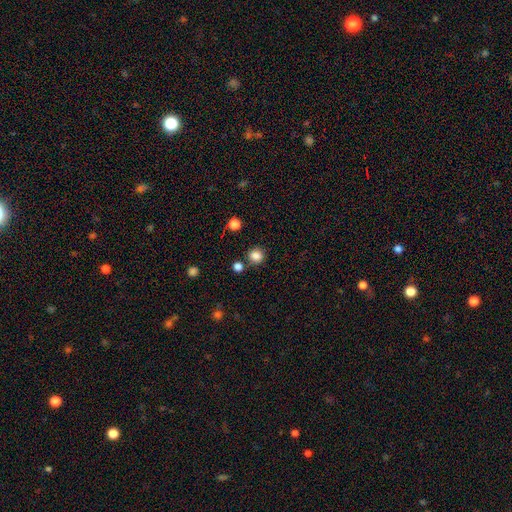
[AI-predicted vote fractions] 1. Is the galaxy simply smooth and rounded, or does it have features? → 84% smooth, 12% star or artifact, 4% featured or disk.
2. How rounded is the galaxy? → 90% round, 9% in between, 1% cigar-shaped.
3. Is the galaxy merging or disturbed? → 80% none, 9% minor disturbance, 8% merger, 3% major disturbance.